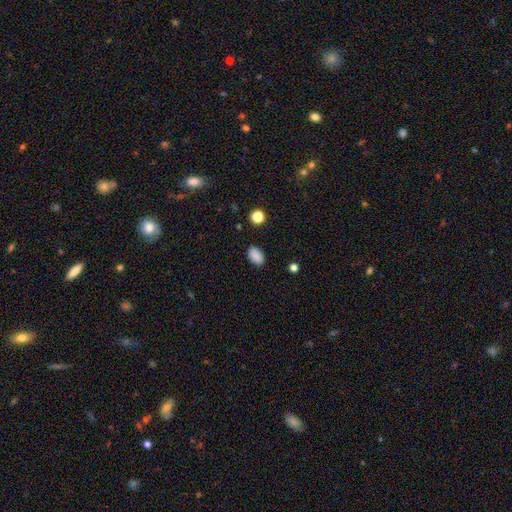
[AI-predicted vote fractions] Smooth or featured: smooth — 87% (star or artifact — 9%)
How rounded: in between — 89% (round — 10%)
Merging: none — 86% (minor disturbance — 10%)